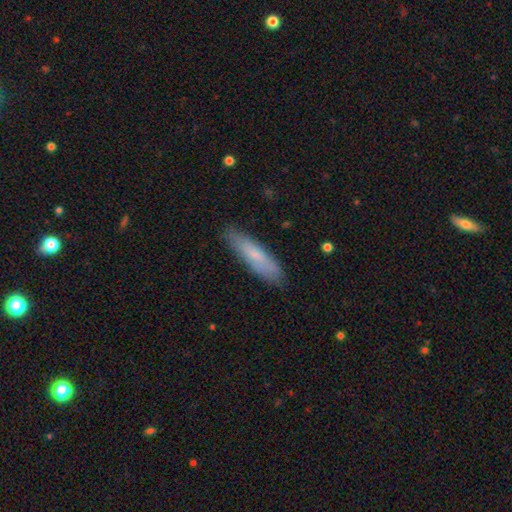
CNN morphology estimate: Smooth or featured? smooth (70%)
How rounded? cigar-shaped (75%)
Merging? none (84%)